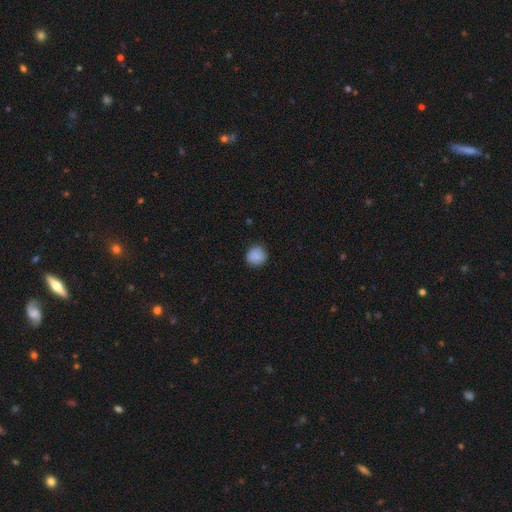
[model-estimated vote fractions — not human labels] Smooth or featured: smooth — 88% (star or artifact — 8%)
How rounded: round — 91% (in between — 8%)
Merging: none — 89% (minor disturbance — 8%)